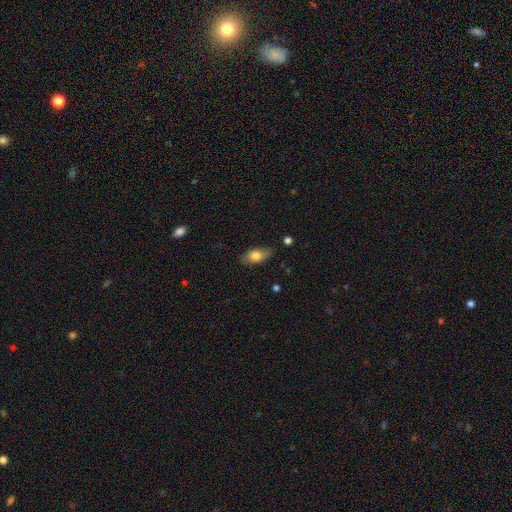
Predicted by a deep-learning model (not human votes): A smooth galaxy with no disk features (75%) that is in between round and cigar-shaped (87%). Merging: none (74%).